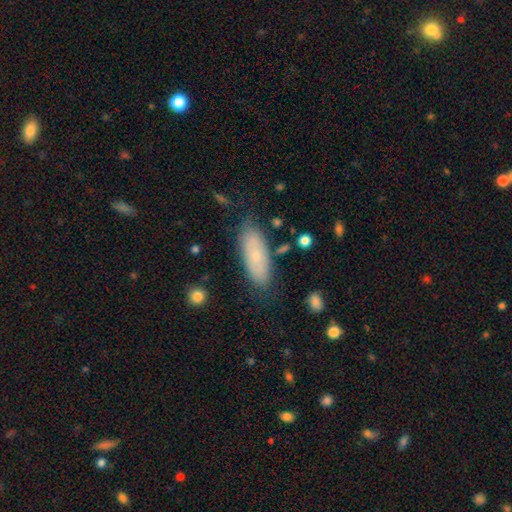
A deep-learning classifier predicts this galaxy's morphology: smooth_or_featured: smooth (p=0.66) [alt: featured or disk p=0.26]
how_rounded: in between (p=0.75) [alt: cigar-shaped p=0.22]
merging: none (p=0.79) [alt: minor disturbance p=0.15]